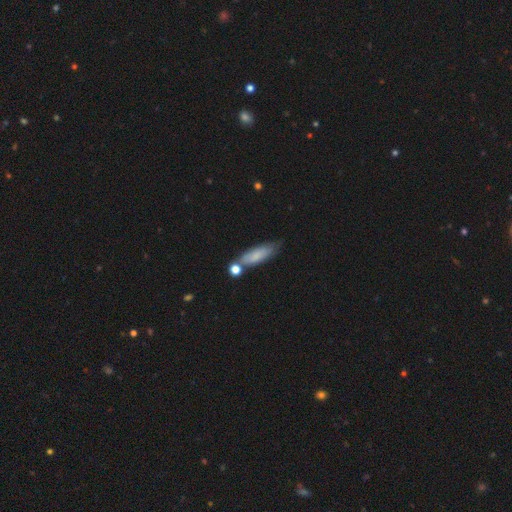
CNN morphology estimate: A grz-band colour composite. It shows a smooth galaxy with no disk features (76%) that is in between round and cigar-shaped (49%, tied with cigar-shaped). Merging: none (60%).